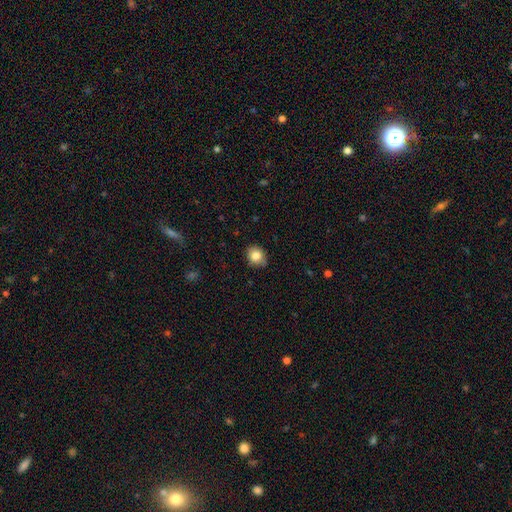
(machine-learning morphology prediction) smooth-or-featured: smooth: 82% | star or artifact: 10% | featured or disk: 8%
  how-rounded: round: 70% | in between: 29% | cigar-shaped: 1%
  merging: none: 82% | minor disturbance: 15% | major disturbance: 2% | merger: 1%